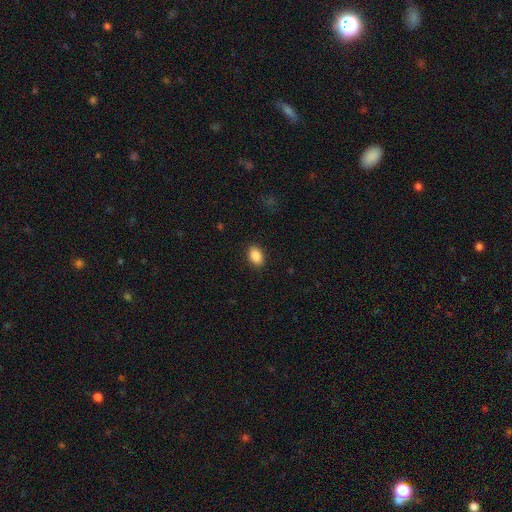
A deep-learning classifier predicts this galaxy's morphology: Smooth or featured? smooth (89%)
How rounded? in between (83%)
Merging? none (89%)